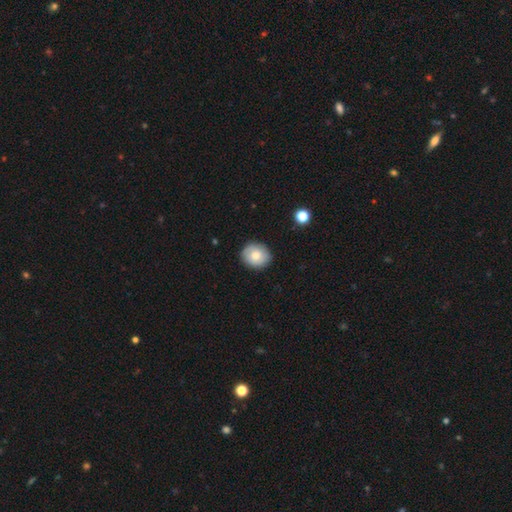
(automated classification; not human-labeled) Overall: smooth (77%). How rounded: round (73%). Merging: none (86%).